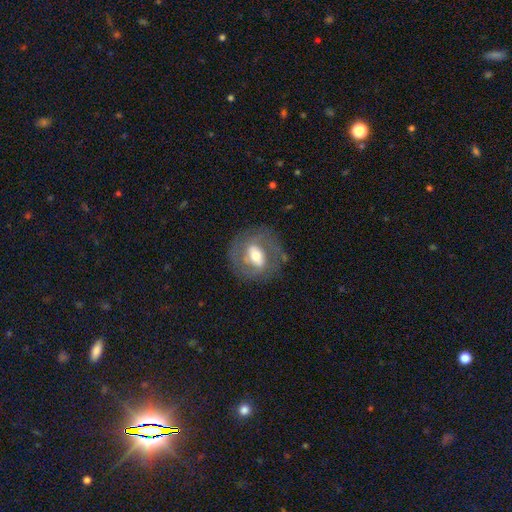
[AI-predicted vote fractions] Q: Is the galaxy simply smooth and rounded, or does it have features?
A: featured or disk — 69%.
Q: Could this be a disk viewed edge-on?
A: no — 93%.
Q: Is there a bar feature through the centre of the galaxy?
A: strong — 39%.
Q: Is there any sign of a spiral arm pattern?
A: yes — 69%.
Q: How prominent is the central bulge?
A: moderate — 62%.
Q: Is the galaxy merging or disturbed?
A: none — 73%.